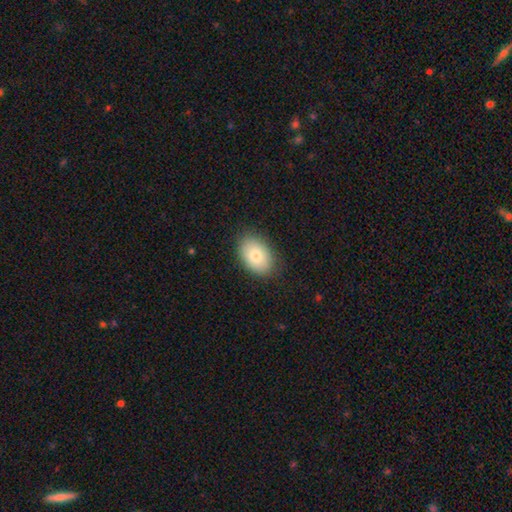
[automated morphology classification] Smooth or featured? Predicted: smooth (p=0.80). How rounded? Predicted: in between (p=0.84). Merging? Predicted: none (p=0.86).